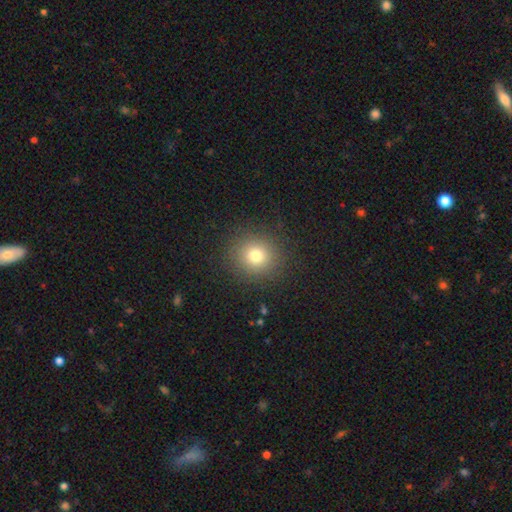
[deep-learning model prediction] A smooth galaxy with no disk features (76%) that is round (88%).

Vote fractions:
- Smooth or featured? smooth: 76% / star or artifact: 15% / featured or disk: 9%
- How rounded? round: 88% / in between: 11% / cigar-shaped: 1%
- Merging? none: 89% / minor disturbance: 7% / major disturbance: 3% / merger: 1%